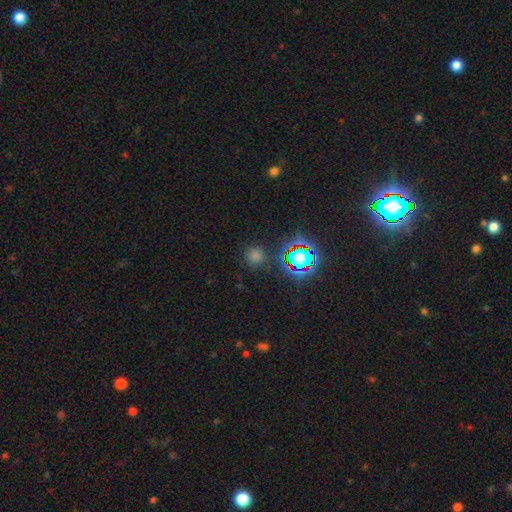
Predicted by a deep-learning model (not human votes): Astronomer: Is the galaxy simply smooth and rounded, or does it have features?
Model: smooth — 51% (runner-up: star or artifact, 42%).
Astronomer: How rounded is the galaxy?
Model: round — 91%.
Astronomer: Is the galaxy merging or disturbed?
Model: none — 84%.